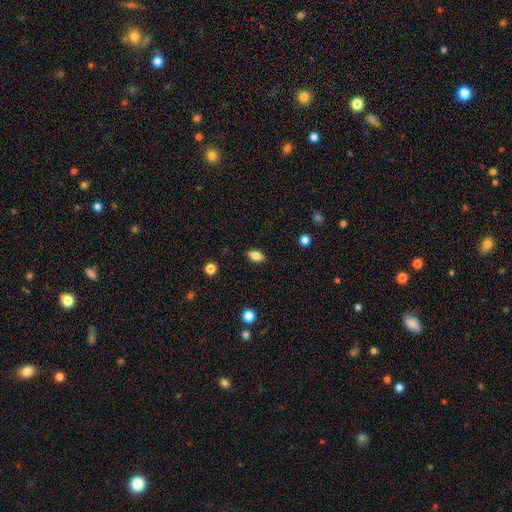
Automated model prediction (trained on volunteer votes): Smooth or featured?
  - smooth: 78% *
  - featured or disk: 13%
  - star or artifact: 9%
How rounded?
  - in between: 86% *
  - cigar-shaped: 8%
  - round: 6%
Merging?
  - none: 87% *
  - minor disturbance: 10%
  - major disturbance: 2%
  - merger: 1%